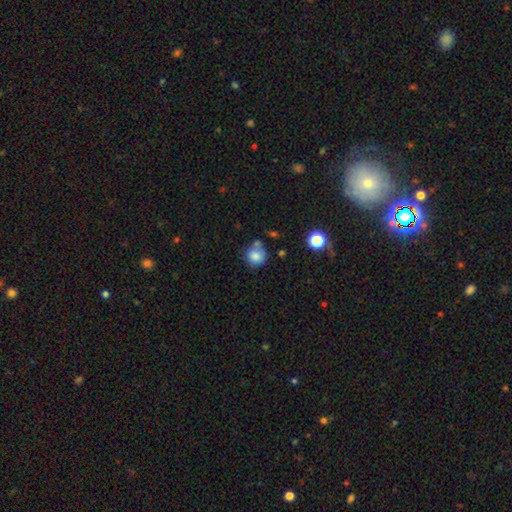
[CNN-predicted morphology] smooth 80%, star or artifact 11%, featured or disk 9%. Down the decision tree: how rounded — round (87%); merging — none (60%).